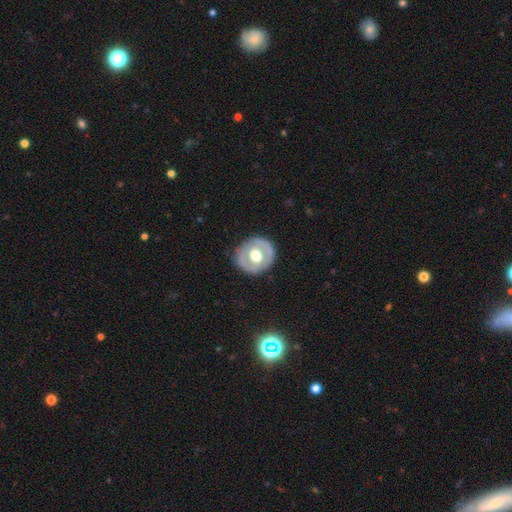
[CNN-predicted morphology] featured or disk 54%, smooth 40%, star or artifact 6%. Down the decision tree: edge-on disk — no (95%); bar — no (73%); spiral arms — no (81%); bulge size — moderate (56%); merging — none (83%).